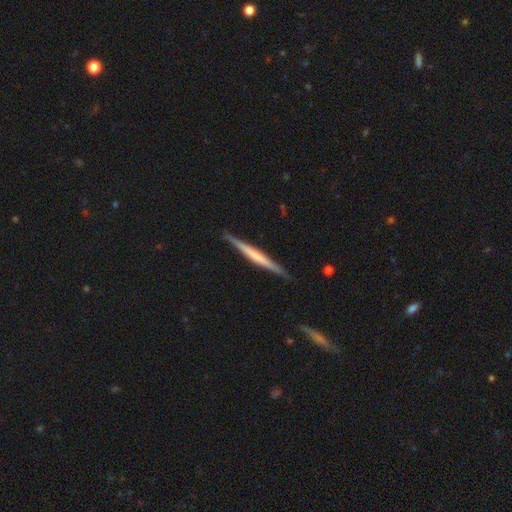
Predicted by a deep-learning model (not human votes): Morphology: type=featured or disk (58%); edge-on=yes (98%); edge-on bulge=none (70%); merging=none (90%).